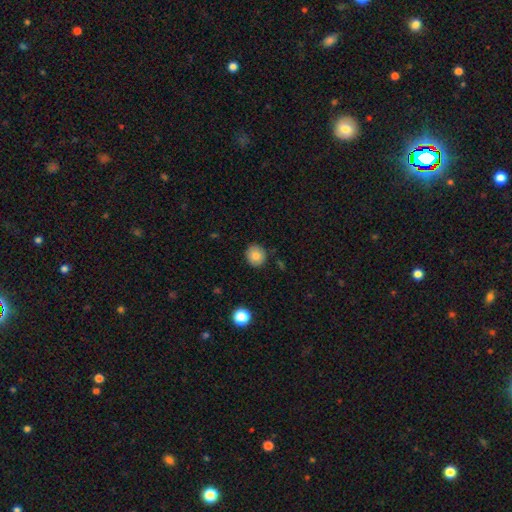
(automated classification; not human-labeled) A smooth galaxy with no disk features (80%) that is round (87%). Merging: none (89%).